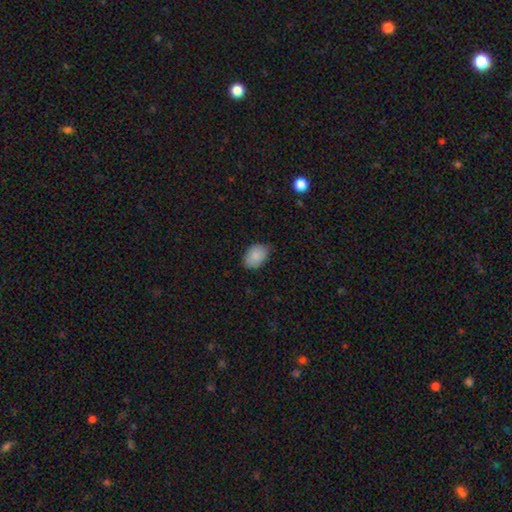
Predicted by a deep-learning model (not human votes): Smooth or featured? Predicted: smooth (p=0.87). How rounded? Predicted: in between (p=0.85). Merging? Predicted: none (p=0.71).